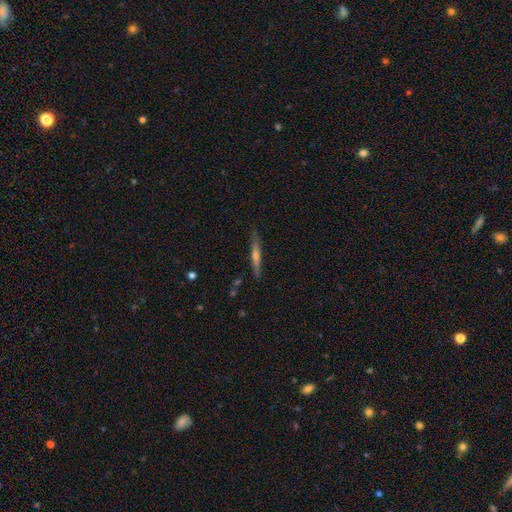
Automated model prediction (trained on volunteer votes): A featured or disk galaxy (60%) viewed edge-on (96%) with a rounded central bulge (65%).

Vote fractions:
- Smooth or featured? featured or disk: 60% / smooth: 33% / star or artifact: 7%
- Edge-on disk? yes: 96% / no: 4%
- Edge-on bulge? rounded: 65% / none: 27% / boxy: 8%
- Merging? none: 87% / minor disturbance: 10% / major disturbance: 2% / merger: 2%